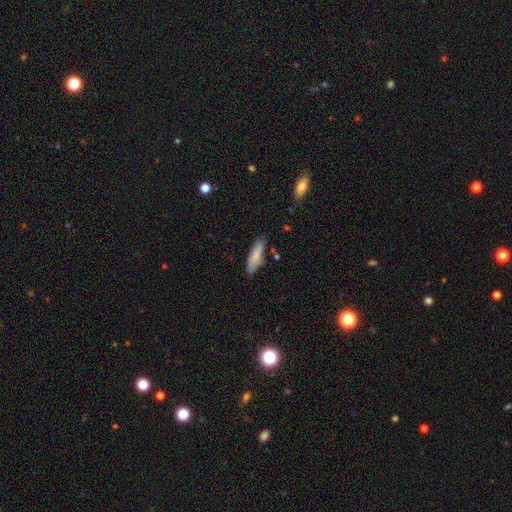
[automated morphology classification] A smooth galaxy with no disk features (82%) that is cigar-shaped (65%). Merging: none (79%).